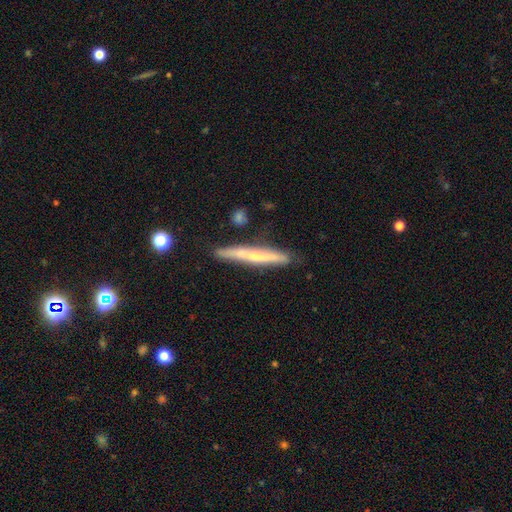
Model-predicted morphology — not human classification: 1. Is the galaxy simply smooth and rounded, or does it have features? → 53% featured or disk, 40% smooth, 6% star or artifact.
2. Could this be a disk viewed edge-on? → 94% yes, 6% no.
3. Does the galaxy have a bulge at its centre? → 51% none, 42% rounded, 7% boxy.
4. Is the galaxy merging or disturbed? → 83% none, 13% minor disturbance, 3% merger, 2% major disturbance.